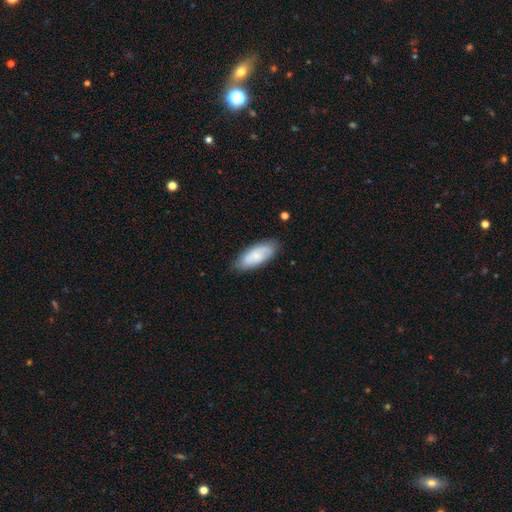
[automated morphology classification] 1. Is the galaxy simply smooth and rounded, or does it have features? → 62% smooth, 31% featured or disk, 6% star or artifact.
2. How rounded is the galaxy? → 83% in between, 15% cigar-shaped, 2% round.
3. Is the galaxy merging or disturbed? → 78% none, 17% minor disturbance, 3% major disturbance, 1% merger.